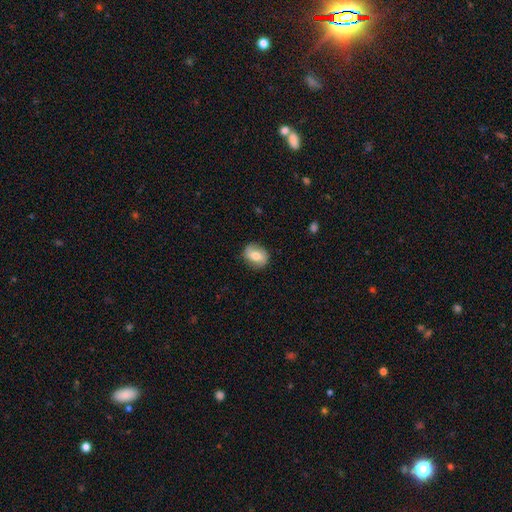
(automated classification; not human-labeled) smooth_or_featured: smooth (p=0.62) [alt: featured or disk p=0.30]
how_rounded: in between (p=0.57) [alt: round p=0.41]
merging: none (p=0.82) [alt: minor disturbance p=0.14]